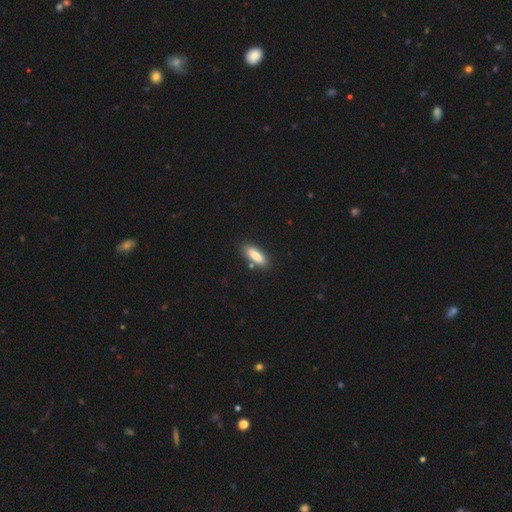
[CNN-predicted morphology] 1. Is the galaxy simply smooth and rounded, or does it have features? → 84% smooth, 10% featured or disk, 6% star or artifact.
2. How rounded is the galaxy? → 54% in between, 44% cigar-shaped, 2% round.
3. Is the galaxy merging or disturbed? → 84% none, 10% minor disturbance, 3% merger, 2% major disturbance.